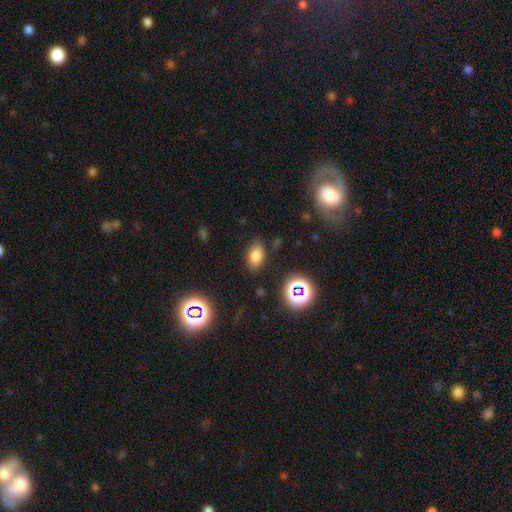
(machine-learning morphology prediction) smooth_or_featured: smooth (p=0.76) [alt: star or artifact p=0.15]
how_rounded: in between (p=0.88) [alt: round p=0.10]
merging: none (p=0.81) [alt: minor disturbance p=0.13]